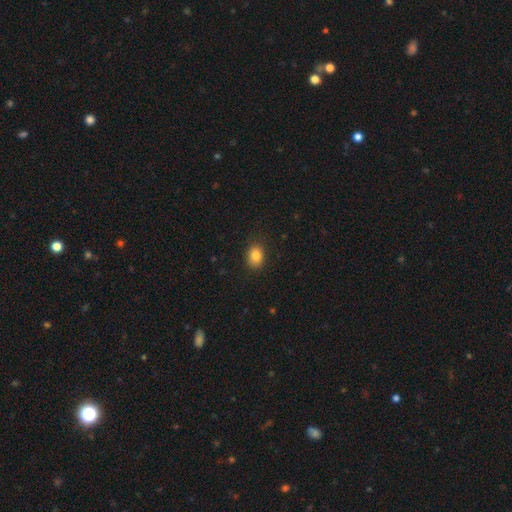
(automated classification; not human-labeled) Q: Smooth or featured?
A: smooth (84%); runner-up: star or artifact (9%)
Q: How rounded?
A: in between (64%); runner-up: round (35%)
Q: Merging?
A: none (87%); runner-up: minor disturbance (9%)